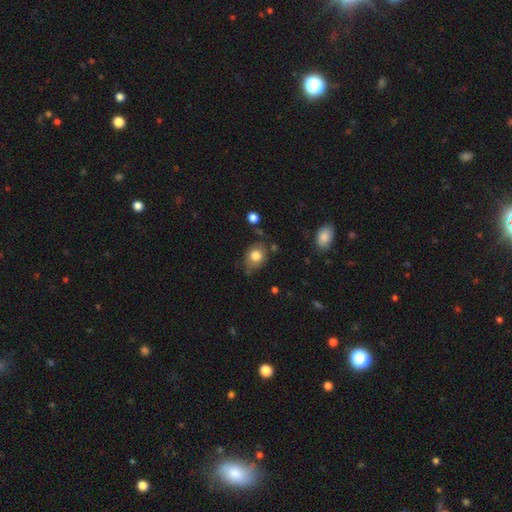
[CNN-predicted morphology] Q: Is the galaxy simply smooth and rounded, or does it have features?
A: smooth — 80%.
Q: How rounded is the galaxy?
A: in between — 53%.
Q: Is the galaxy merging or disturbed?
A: none — 62%.